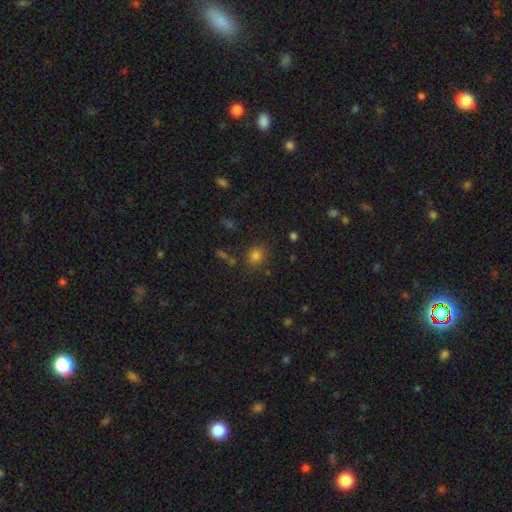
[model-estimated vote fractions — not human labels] smooth 79%, star or artifact 15%, featured or disk 6%. Down the decision tree: how rounded — round (71%); merging — none (81%).